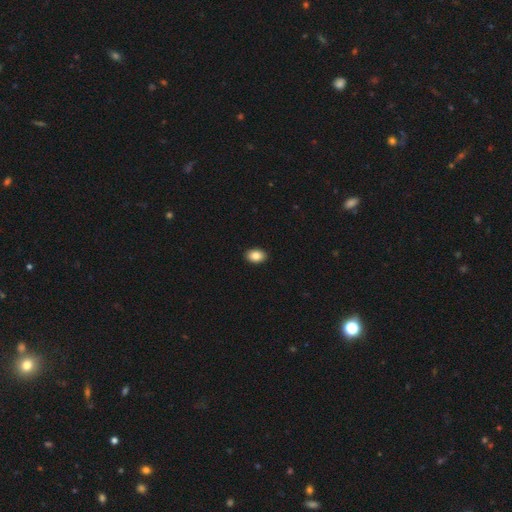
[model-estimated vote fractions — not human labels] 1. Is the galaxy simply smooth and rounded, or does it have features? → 87% smooth, 8% star or artifact, 6% featured or disk.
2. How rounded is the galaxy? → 82% in between, 17% round, 1% cigar-shaped.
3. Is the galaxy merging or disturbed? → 91% none, 6% minor disturbance, 2% major disturbance, 1% merger.